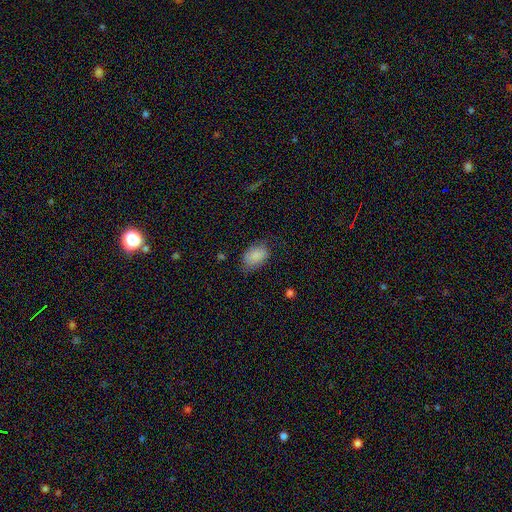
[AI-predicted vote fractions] smooth_or_featured: smooth (p=0.86) [alt: star or artifact p=0.07]
how_rounded: in between (p=0.87) [alt: round p=0.12]
merging: none (p=0.70) [alt: minor disturbance p=0.23]